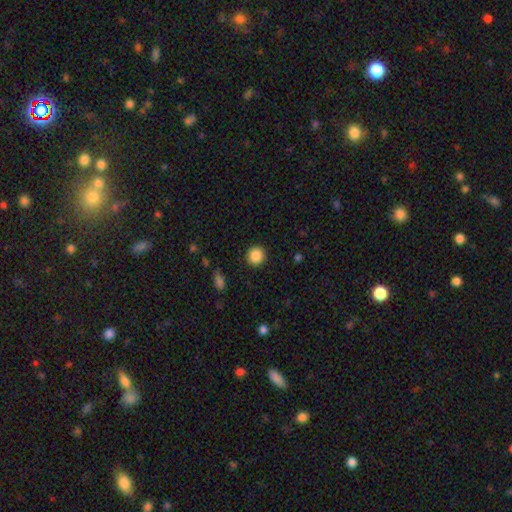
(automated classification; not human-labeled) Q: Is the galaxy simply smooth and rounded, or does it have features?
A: smooth — 88%.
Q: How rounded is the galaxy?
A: round — 93%.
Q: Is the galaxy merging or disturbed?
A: none — 91%.